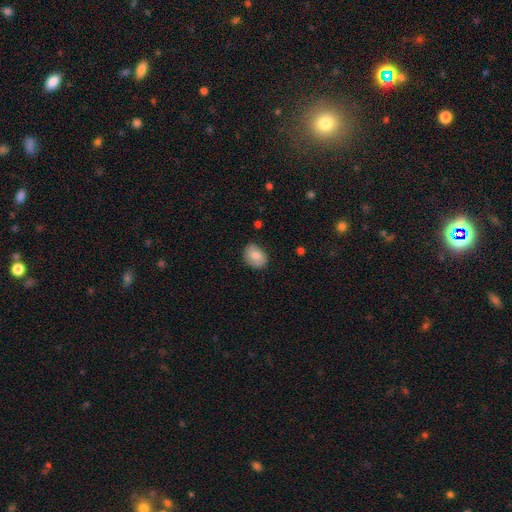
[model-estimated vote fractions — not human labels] smooth 77%, featured or disk 15%, star or artifact 7%. Down the decision tree: how rounded — in between (63%); merging — none (79%).